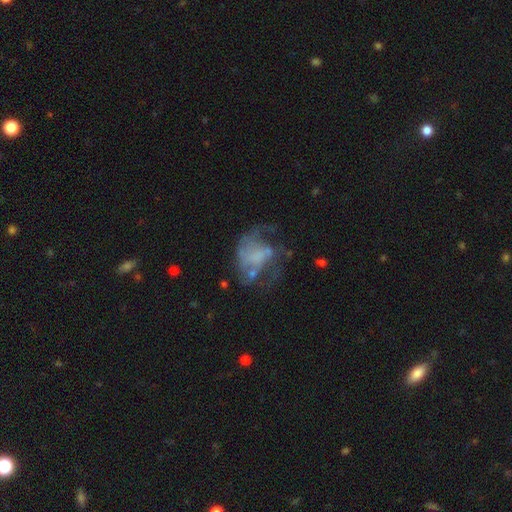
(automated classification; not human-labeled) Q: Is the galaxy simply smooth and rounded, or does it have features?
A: featured or disk — 63%.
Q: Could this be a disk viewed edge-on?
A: no — 98%.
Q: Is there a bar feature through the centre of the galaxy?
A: no — 74%.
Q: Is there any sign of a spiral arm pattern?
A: yes — 53%.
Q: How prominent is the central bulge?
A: none — 60%.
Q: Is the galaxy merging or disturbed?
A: major disturbance — 43%.